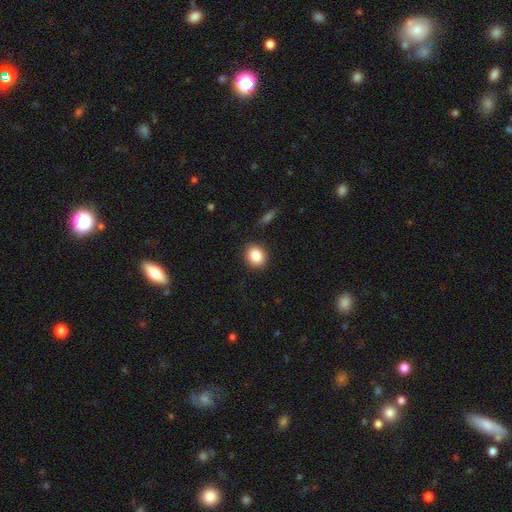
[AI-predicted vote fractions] smooth_or_featured: smooth (p=0.85) [alt: star or artifact p=0.09]
how_rounded: round (p=0.68) [alt: in between p=0.31]
merging: none (p=0.89) [alt: minor disturbance p=0.08]